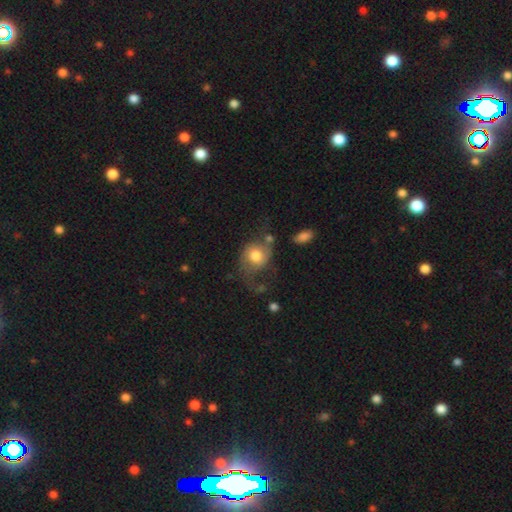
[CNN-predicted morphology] A smooth galaxy with no disk features (50%). Merging: none (37%).